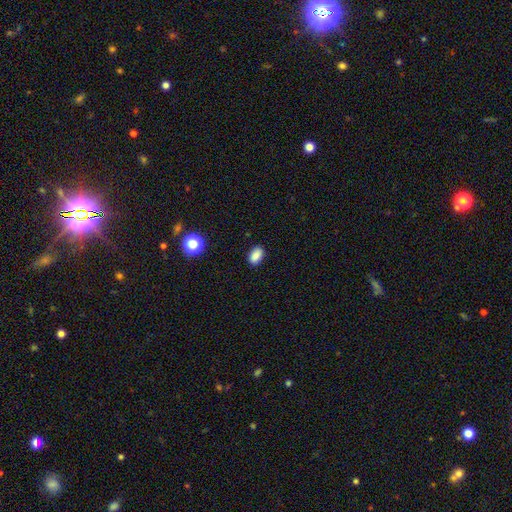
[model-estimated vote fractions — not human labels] The model was most divided on "smooth or featured": smooth: 85%, star or artifact: 10%, featured or disk: 5%. More confident: how rounded — in between (88%); merging — none (88%).